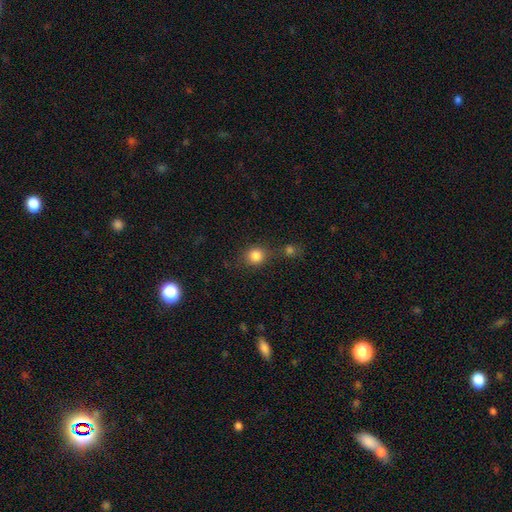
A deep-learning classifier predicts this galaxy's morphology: Overall: smooth (83%). How rounded: round (83%). Merging: none (63%).